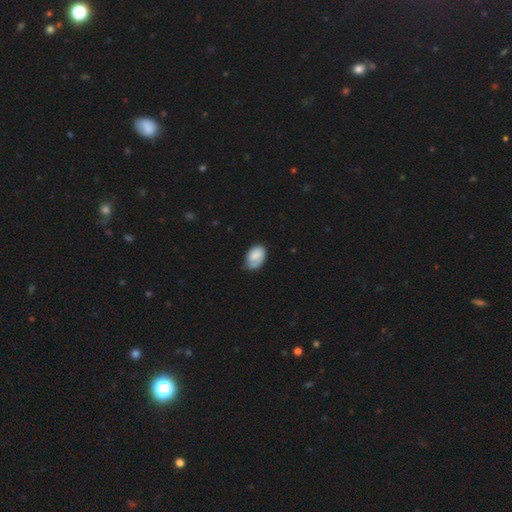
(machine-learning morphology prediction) Smooth or featured?
  - smooth: 71% *
  - featured or disk: 22%
  - star or artifact: 6%
How rounded?
  - in between: 87% *
  - round: 12%
  - cigar-shaped: 1%
Merging?
  - none: 53% *
  - minor disturbance: 35%
  - major disturbance: 10%
  - merger: 2%